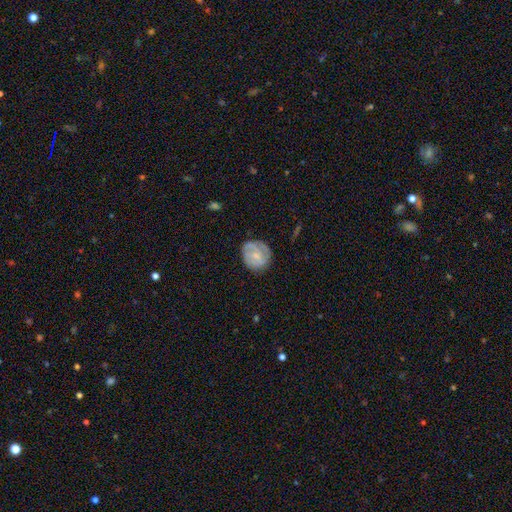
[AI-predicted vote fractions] Smooth or featured? Predicted: smooth (p=0.51). How rounded? Predicted: round (p=0.80). Merging? Predicted: none (p=0.71).